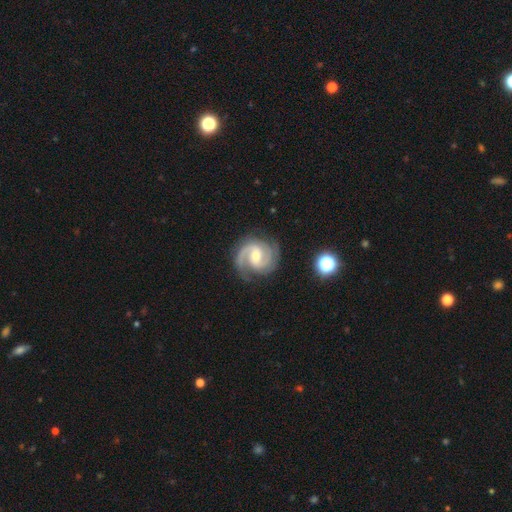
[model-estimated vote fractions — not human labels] Smooth or featured: featured or disk — 91% (smooth — 5%)
Edge-on disk: no — 98% (yes — 2%)
Bar: weak — 53% (no — 24%)
Spiral arms: yes — 98% (no — 2%)
Spiral winding: medium — 47% (tight — 45%)
Spiral arm count: 2 — 77% (3 — 12%)
Bulge size: moderate — 57% (small — 38%)
Merging: none — 80% (minor disturbance — 14%)